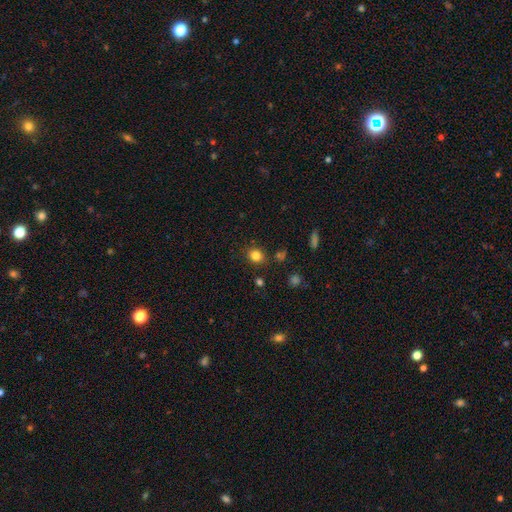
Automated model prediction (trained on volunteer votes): Smooth or featured? Predicted: smooth (p=0.81). How rounded? Predicted: round (p=0.74). Merging? Predicted: none (p=0.84).